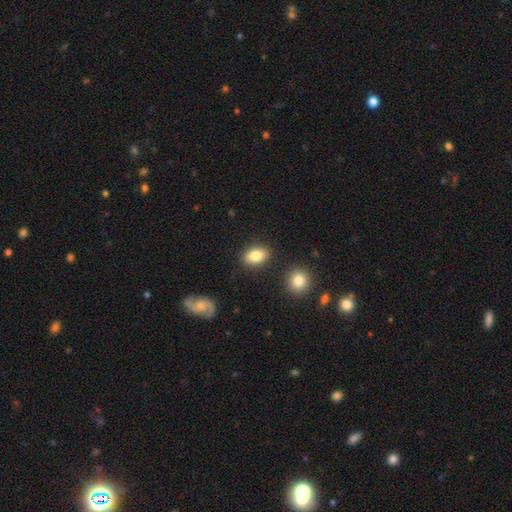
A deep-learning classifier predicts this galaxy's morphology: Smooth or featured? smooth (82%)
How rounded? in between (84%)
Merging? none (84%)